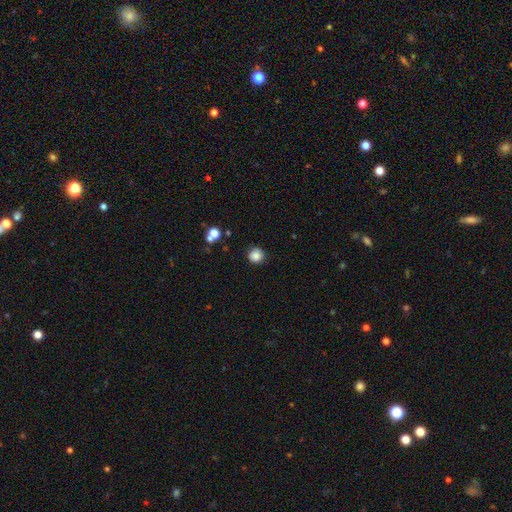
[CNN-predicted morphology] A smooth galaxy with no disk features (85%) that is round (94%).

Vote fractions:
- Smooth or featured? smooth: 85% / star or artifact: 11% / featured or disk: 4%
- How rounded? round: 94% / in between: 5% / cigar-shaped: 1%
- Merging? none: 88% / minor disturbance: 8% / major disturbance: 2% / merger: 2%